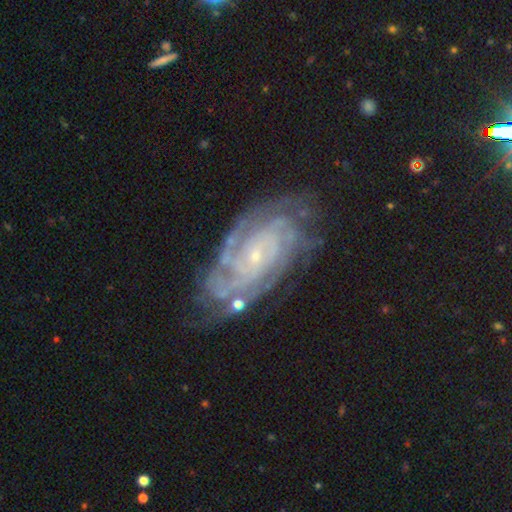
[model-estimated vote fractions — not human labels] smooth_or_featured: featured or disk (p=0.89) [alt: star or artifact p=0.07]
disk_edge_on: no (p=0.96) [alt: yes p=0.04]
bar: no (p=0.69) [alt: weak p=0.23]
has_spiral_arms: yes (p=0.98) [alt: no p=0.02]
spiral_winding: tight (p=0.77) [alt: medium p=0.20]
spiral_arm_count: can't tell (p=0.24) [alt: 4 p=0.23]
bulge_size: small (p=0.84) [alt: moderate p=0.11]
merging: none (p=0.73) [alt: minor disturbance p=0.18]